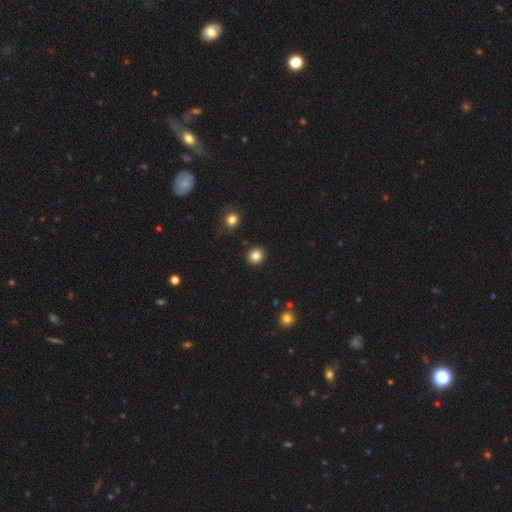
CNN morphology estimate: A smooth galaxy with no disk features (84%) that is round (85%).

Vote fractions:
- Smooth or featured? smooth: 84% / star or artifact: 11% / featured or disk: 5%
- How rounded? round: 85% / in between: 14% / cigar-shaped: 1%
- Merging? none: 91% / minor disturbance: 6% / major disturbance: 2% / merger: 2%